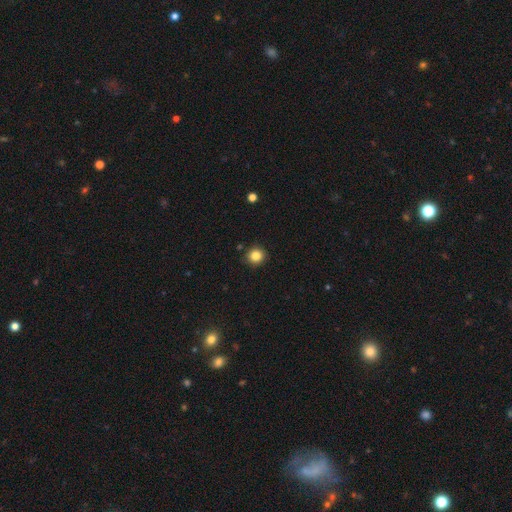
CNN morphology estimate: Overall: smooth (85%). How rounded: round (91%). Merging: none (89%).